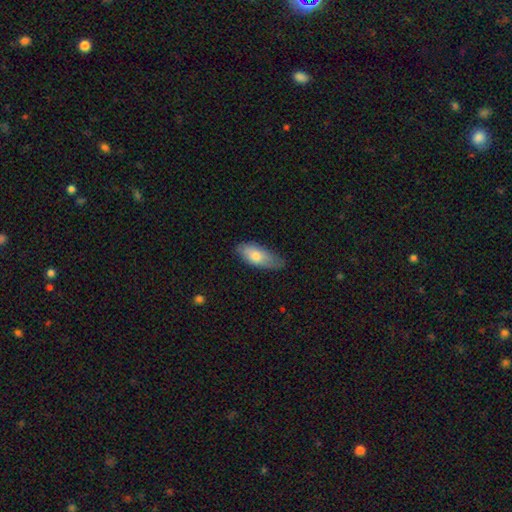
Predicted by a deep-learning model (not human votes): Overall: smooth (73%). How rounded: in between (80%). Merging: none (65%; minor disturbance 29%).